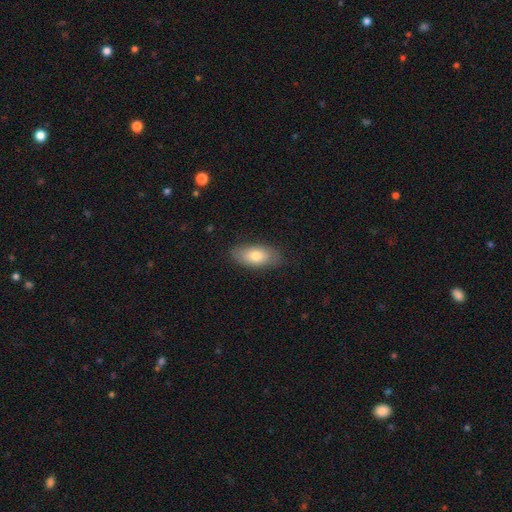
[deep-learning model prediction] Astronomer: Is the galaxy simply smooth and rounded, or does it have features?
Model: smooth — 75%.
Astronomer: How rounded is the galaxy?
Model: in between — 90%.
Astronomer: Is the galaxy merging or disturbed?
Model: none — 81%.